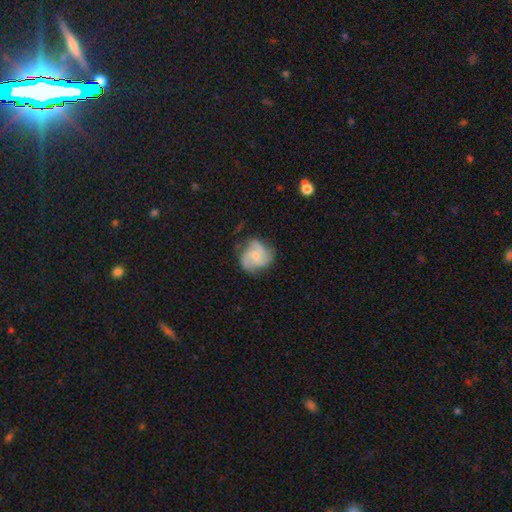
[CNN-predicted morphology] Overall: featured or disk (69%). Edge-on disk: no (98%). Bar: no (69%). Spiral arms: yes (93%). Spiral arm count: 3 (55%; 2 18%). Spiral winding: medium (51%; tight 29%). Bulge size: small (60%; moderate 30%). Merging: none (64%).